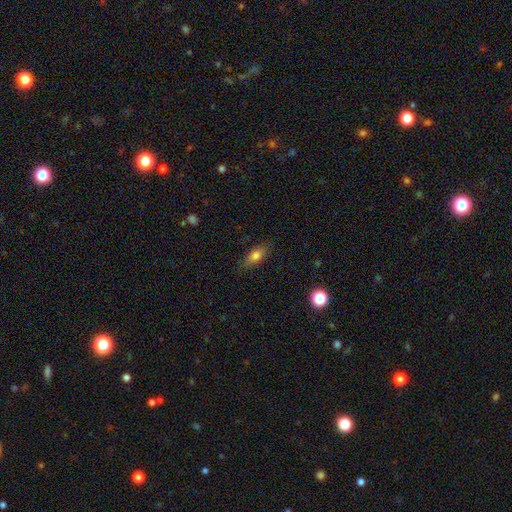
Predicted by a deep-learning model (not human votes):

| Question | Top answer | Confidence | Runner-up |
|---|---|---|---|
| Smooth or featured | smooth | 72% | featured or disk (19%) |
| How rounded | in between | 74% | cigar-shaped (20%) |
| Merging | none | 83% | minor disturbance (13%) |